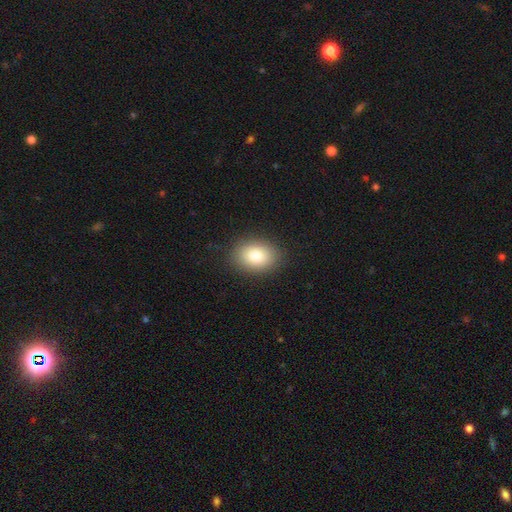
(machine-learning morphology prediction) smooth-or-featured: smooth: 79% | featured or disk: 11% | star or artifact: 10%
  how-rounded: in between: 64% | round: 35% | cigar-shaped: 1%
  merging: none: 88% | minor disturbance: 8% | major disturbance: 3% | merger: 1%